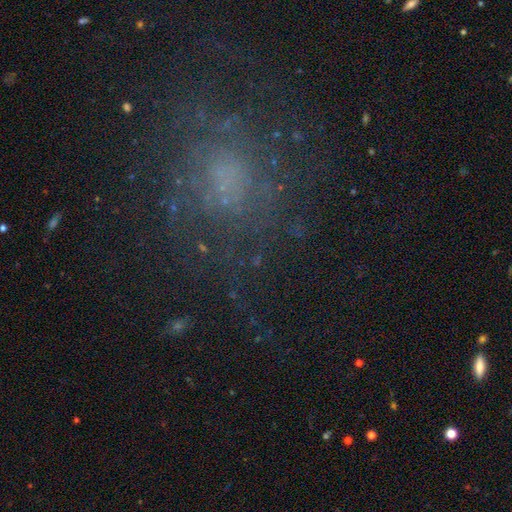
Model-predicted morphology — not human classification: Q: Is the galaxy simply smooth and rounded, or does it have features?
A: featured or disk — 50%.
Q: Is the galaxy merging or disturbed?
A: none — 68%.